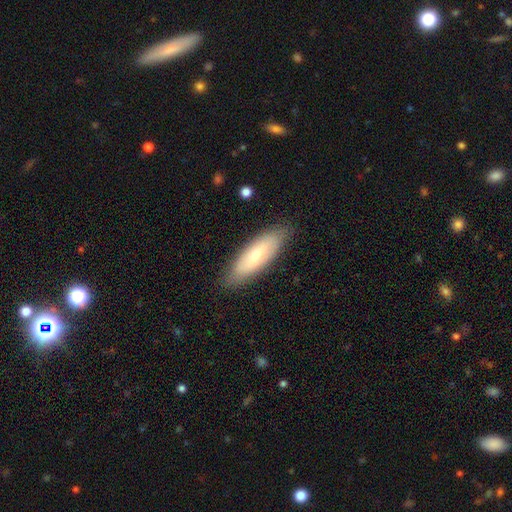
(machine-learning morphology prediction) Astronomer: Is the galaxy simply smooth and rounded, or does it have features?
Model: smooth — 60%.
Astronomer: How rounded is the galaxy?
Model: in between — 56% (runner-up: cigar-shaped, 42%).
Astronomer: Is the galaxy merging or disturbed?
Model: none — 85%.